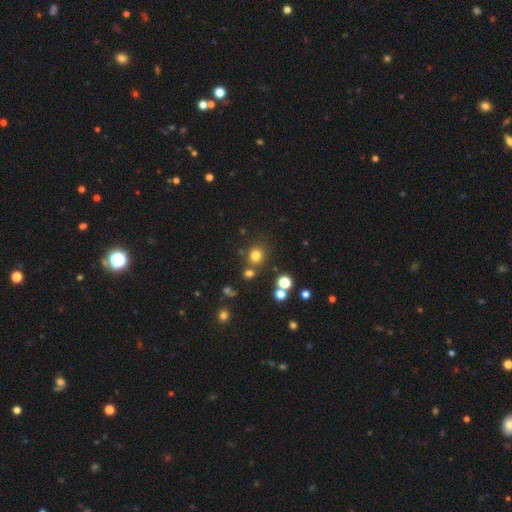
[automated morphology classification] Smooth or featured? smooth (76%)
How rounded? round (86%)
Merging? none (76%)